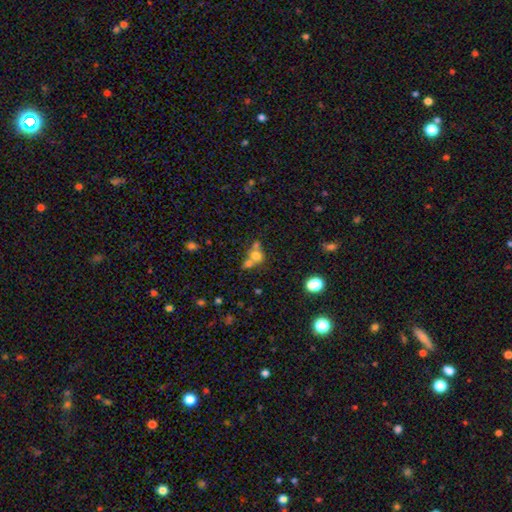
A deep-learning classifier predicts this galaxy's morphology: This is likely a smooth galaxy (66%). How rounded: likely round (71%). Merging: possibly merger (57%).